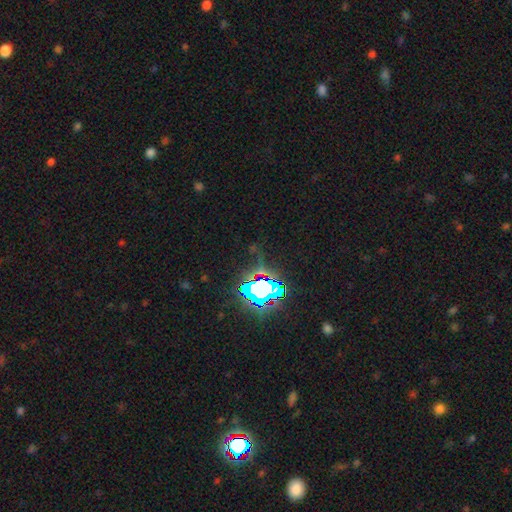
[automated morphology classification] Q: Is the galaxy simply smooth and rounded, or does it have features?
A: star or artifact — 80%.